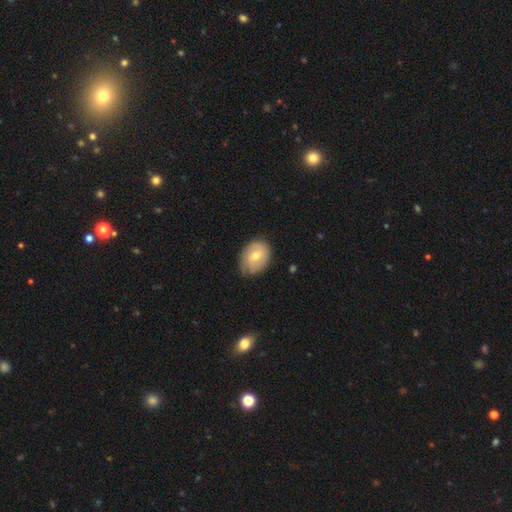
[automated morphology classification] This is possibly a smooth galaxy (52%). How rounded: likely in between (64%). Merging: likely none (73%).